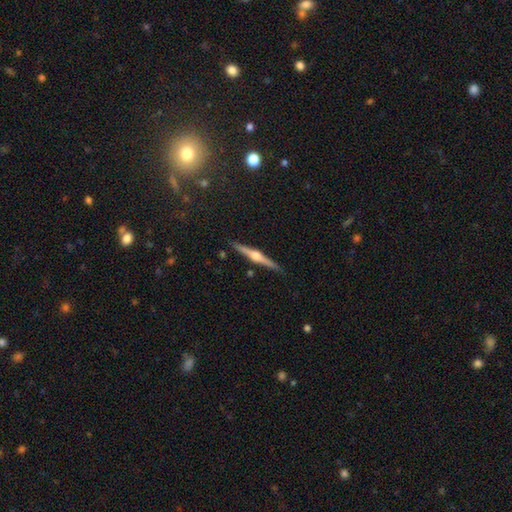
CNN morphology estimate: This appears to be a featured or disk galaxy (80%) viewed edge-on (98%) with a rounded central bulge (94%). Merging: none (90%).